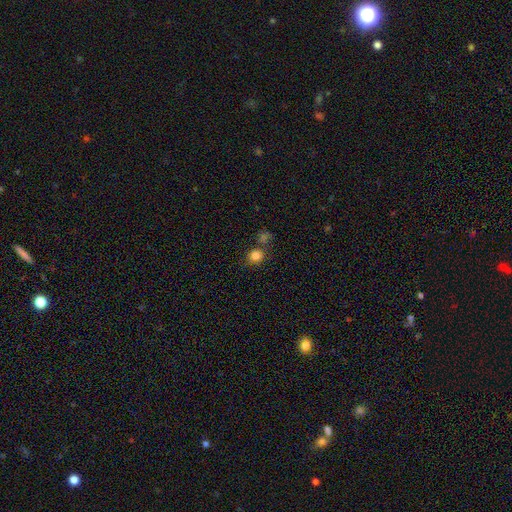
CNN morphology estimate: A smooth galaxy with no disk features (82%) that is round (82%). Merging: none (65%).